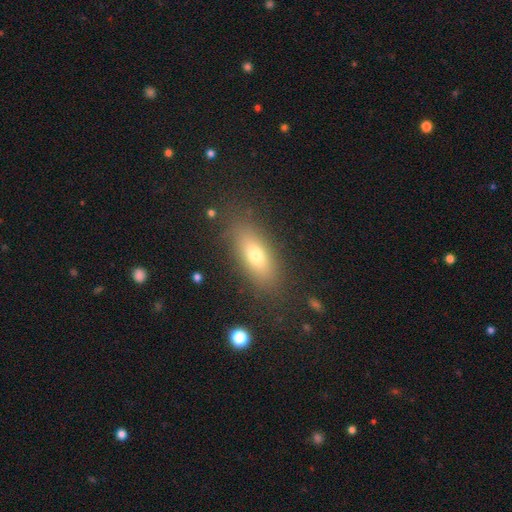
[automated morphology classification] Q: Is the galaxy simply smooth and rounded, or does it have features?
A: smooth — 70%.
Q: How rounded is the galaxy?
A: in between — 73%.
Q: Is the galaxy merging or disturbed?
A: none — 83%.